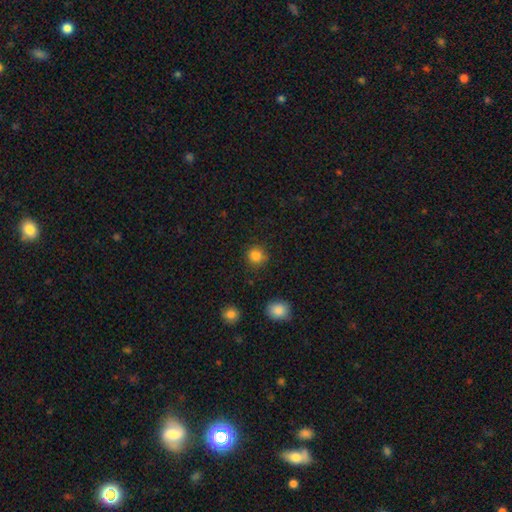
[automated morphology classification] This is clearly a smooth galaxy (85%). How rounded: clearly round (92%). Merging: clearly none (87%).